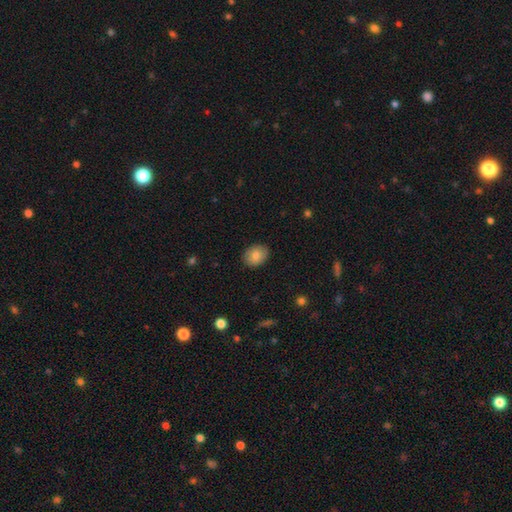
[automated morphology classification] smooth_or_featured: smooth (p=0.84) [alt: featured or disk p=0.08]
how_rounded: in between (p=0.58) [alt: round p=0.41]
merging: none (p=0.87) [alt: minor disturbance p=0.10]